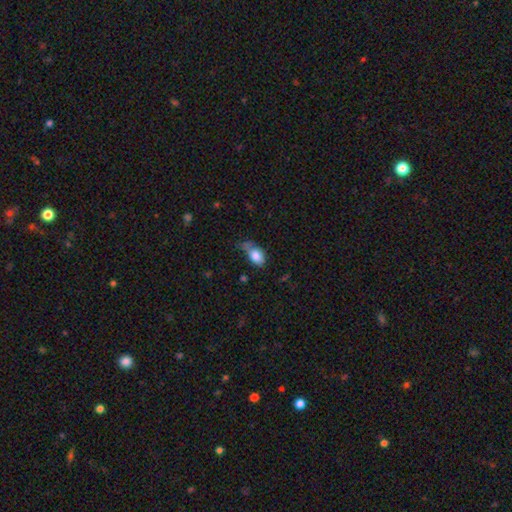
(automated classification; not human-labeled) This appears to be a smooth galaxy with no disk features (80%) that is in between round and cigar-shaped (88%). Merging: minor disturbance (37%).